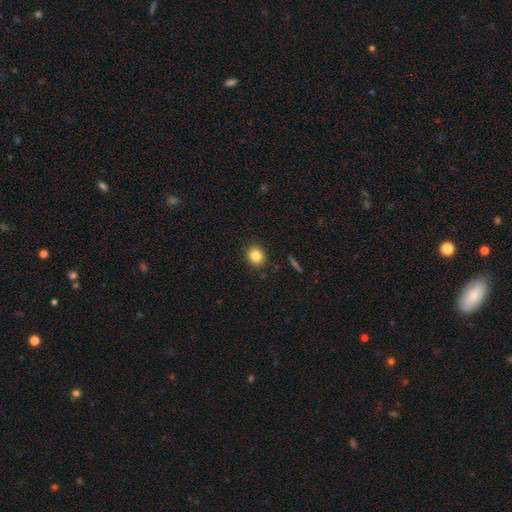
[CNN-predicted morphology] smooth 85%, star or artifact 10%, featured or disk 5%. Down the decision tree: how rounded — round (75%); merging — none (90%).